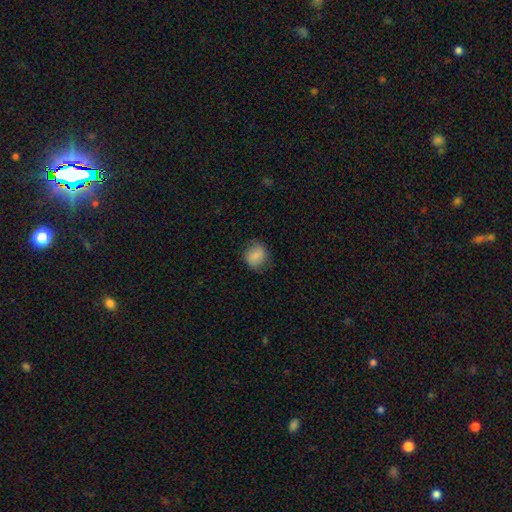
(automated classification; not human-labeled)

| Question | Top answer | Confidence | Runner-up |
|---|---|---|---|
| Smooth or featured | smooth | 82% | featured or disk (10%) |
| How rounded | round | 75% | in between (24%) |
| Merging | none | 77% | minor disturbance (17%) |